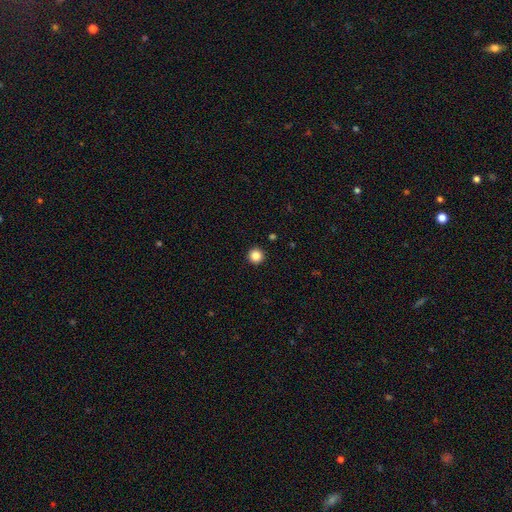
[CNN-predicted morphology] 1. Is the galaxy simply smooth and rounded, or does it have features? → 86% smooth, 11% star or artifact, 4% featured or disk.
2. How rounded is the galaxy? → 96% round, 3% in between, 1% cigar-shaped.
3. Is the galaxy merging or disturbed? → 94% none, 4% minor disturbance, 1% major disturbance, 1% merger.